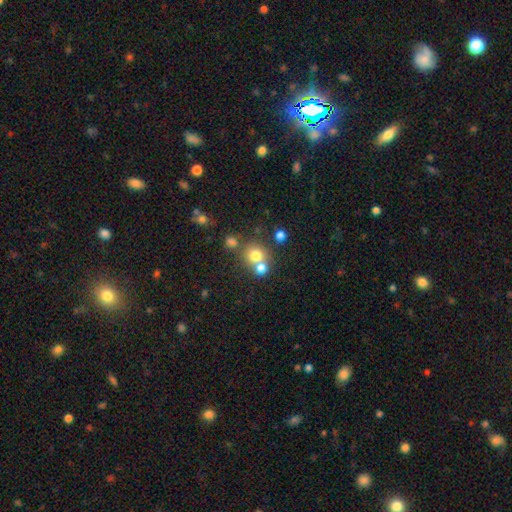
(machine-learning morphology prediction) This appears to be a smooth galaxy with no disk features (73%) that is round (85%). Merging: none (51%).